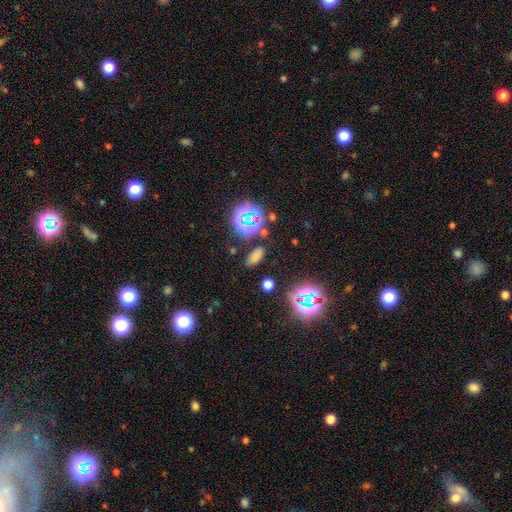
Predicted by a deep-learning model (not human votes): Smooth or featured: smooth — 65% (star or artifact — 29%)
How rounded: in between — 85% (cigar-shaped — 8%)
Merging: none — 84% (minor disturbance — 9%)